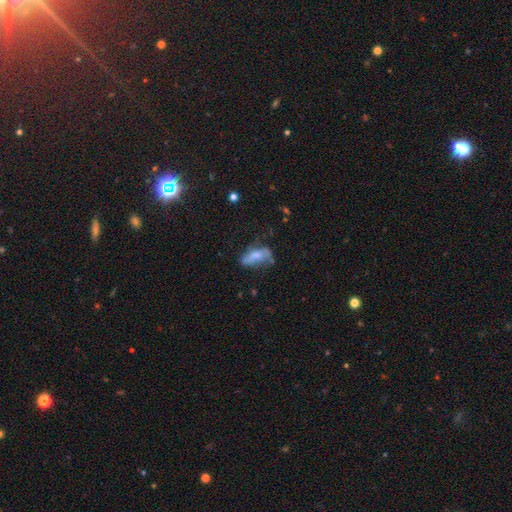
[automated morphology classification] Overall: smooth (55%; featured or disk 36%). How rounded: in between (82%). Merging: none (39%; minor disturbance 30%).